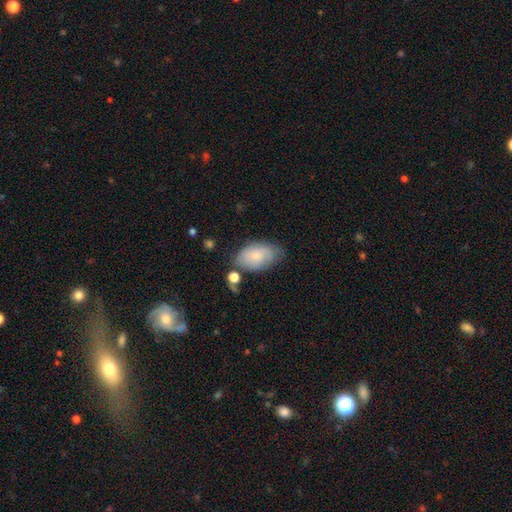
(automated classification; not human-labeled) Smooth or featured: smooth — 69% (featured or disk — 23%)
How rounded: in between — 92% (round — 6%)
Merging: none — 61% (minor disturbance — 26%)